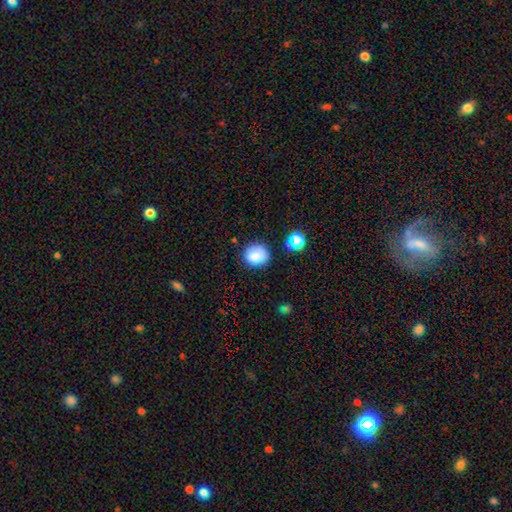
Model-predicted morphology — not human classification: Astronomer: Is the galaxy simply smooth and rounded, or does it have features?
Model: smooth — 82%.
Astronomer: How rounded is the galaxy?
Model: round — 76%.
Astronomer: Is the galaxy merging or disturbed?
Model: none — 77%.